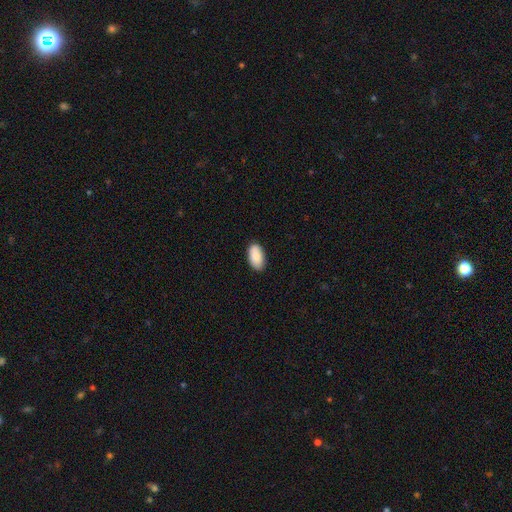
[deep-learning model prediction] smooth 87%, featured or disk 7%, star or artifact 6%. Down the decision tree: how rounded — in between (95%); merging — none (87%).